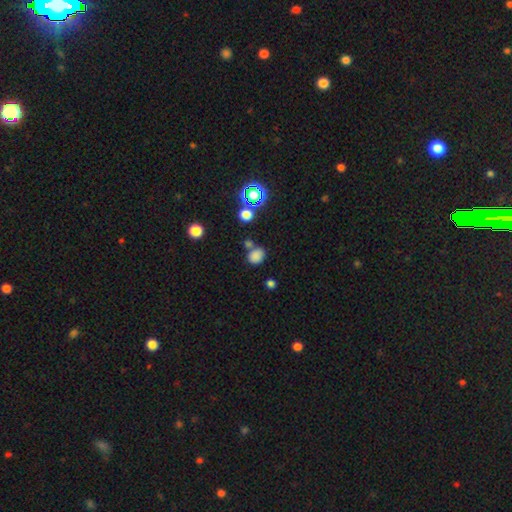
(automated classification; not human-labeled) Q: Smooth or featured?
A: smooth (78%); runner-up: star or artifact (16%)
Q: How rounded?
A: round (62%); runner-up: in between (37%)
Q: Merging?
A: none (61%); runner-up: merger (20%)